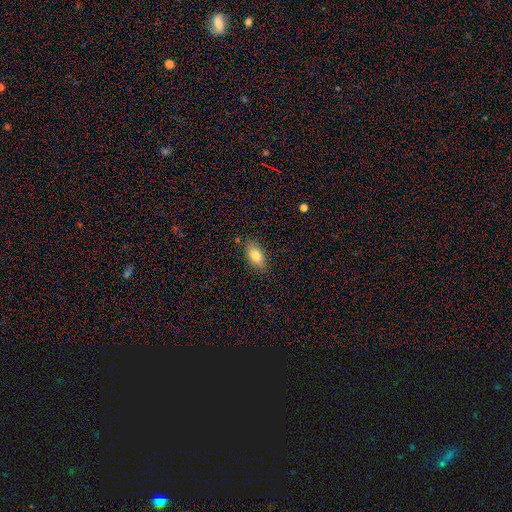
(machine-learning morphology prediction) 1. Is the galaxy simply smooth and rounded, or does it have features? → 80% smooth, 13% featured or disk, 8% star or artifact.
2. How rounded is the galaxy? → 90% in between, 5% round, 5% cigar-shaped.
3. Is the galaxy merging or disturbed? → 83% none, 12% minor disturbance, 3% major disturbance, 2% merger.